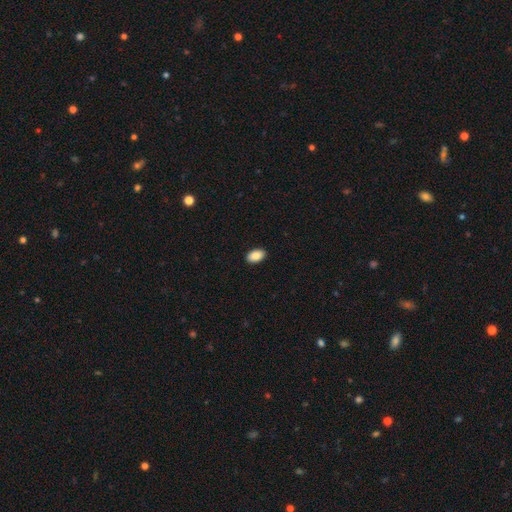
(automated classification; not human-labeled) The model was most divided on "smooth or featured": smooth: 90%, star or artifact: 7%, featured or disk: 4%. More confident: how rounded — in between (94%); merging — none (91%).